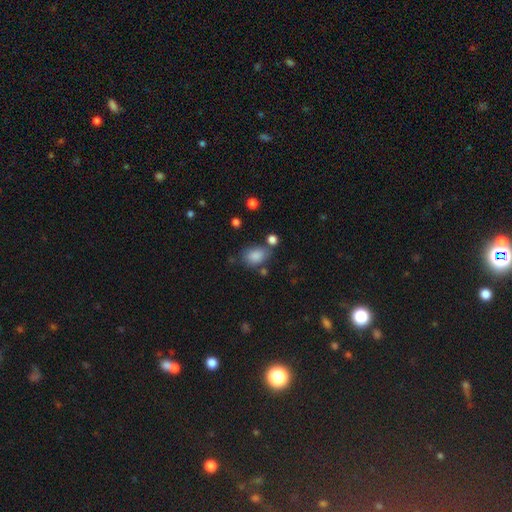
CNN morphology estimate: smooth 84%, star or artifact 10%, featured or disk 6%. Down the decision tree: how rounded — in between (75%); merging — none (64%).